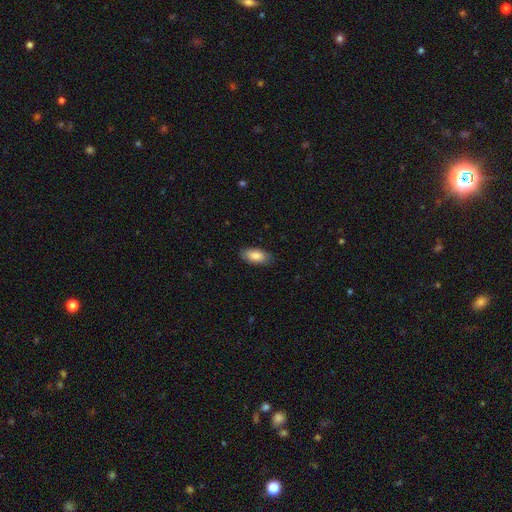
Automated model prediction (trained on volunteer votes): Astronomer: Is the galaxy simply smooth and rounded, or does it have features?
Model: smooth — 86%.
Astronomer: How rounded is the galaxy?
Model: in between — 90%.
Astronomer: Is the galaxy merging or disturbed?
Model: none — 86%.